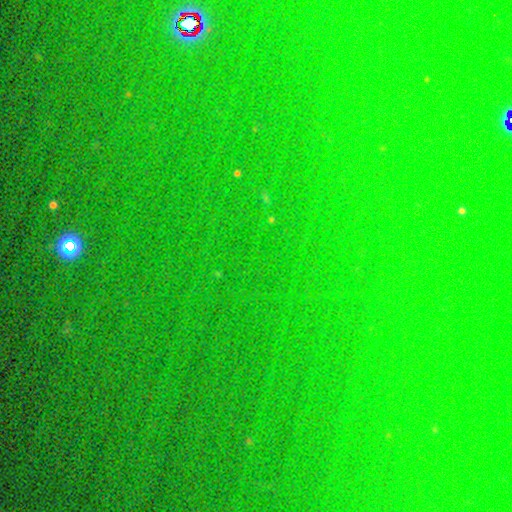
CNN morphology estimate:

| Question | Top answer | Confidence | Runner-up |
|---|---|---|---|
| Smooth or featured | star or artifact | 81% | smooth (11%) |